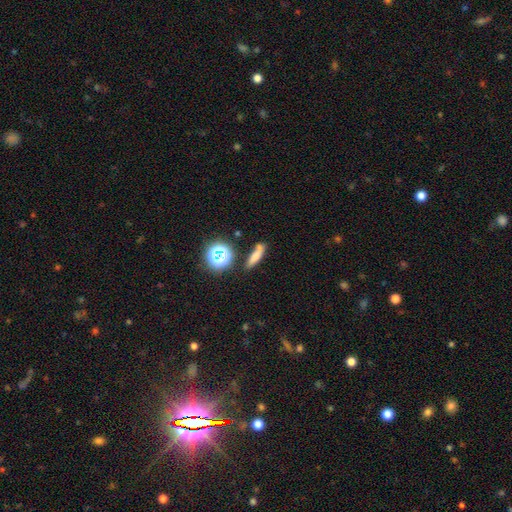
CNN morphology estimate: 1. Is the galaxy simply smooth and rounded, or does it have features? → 66% smooth, 18% star or artifact, 16% featured or disk.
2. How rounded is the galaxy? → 63% cigar-shaped, 25% in between, 12% round.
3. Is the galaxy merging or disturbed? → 69% none, 16% minor disturbance, 10% merger, 6% major disturbance.